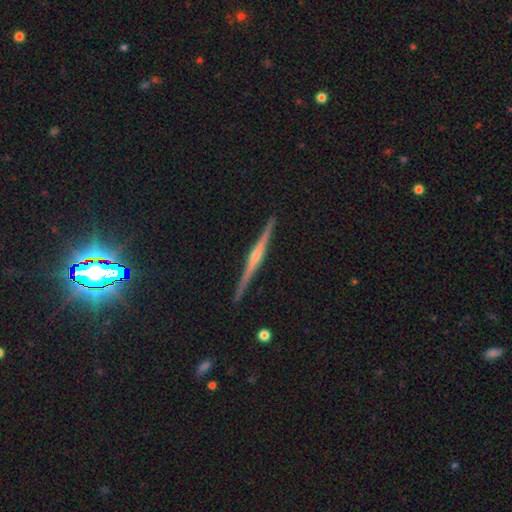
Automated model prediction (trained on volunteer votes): This appears to be a featured or disk galaxy (79%) viewed edge-on (98%) with a rounded central bulge (79%). Merging: none (90%).